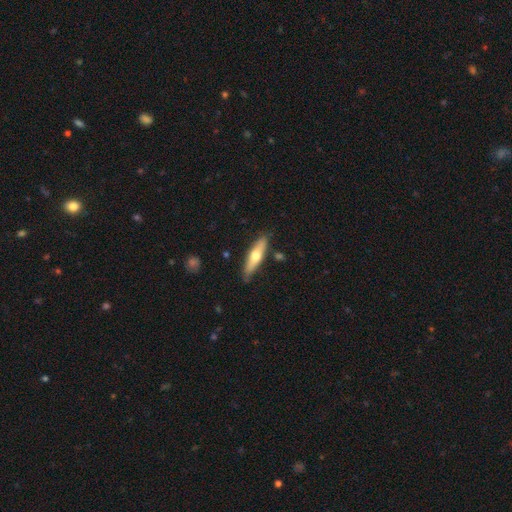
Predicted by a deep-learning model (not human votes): smooth 50%, featured or disk 44%, star or artifact 5%. Down the decision tree: how rounded — cigar-shaped (72%); merging — none (84%).